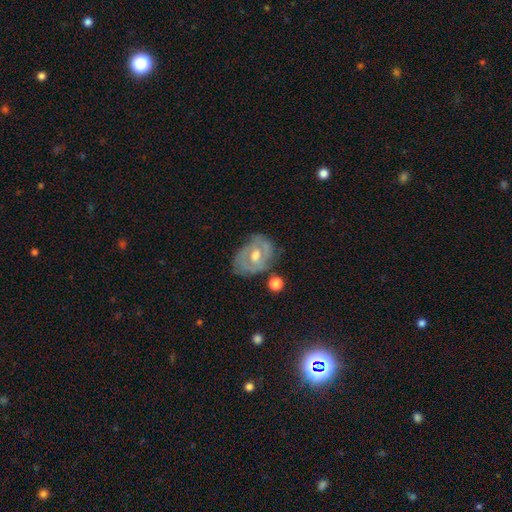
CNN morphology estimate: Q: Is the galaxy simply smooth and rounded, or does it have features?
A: featured or disk — 70%.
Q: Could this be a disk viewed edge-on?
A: no — 95%.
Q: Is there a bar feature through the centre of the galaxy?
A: no — 55%.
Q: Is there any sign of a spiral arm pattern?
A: yes — 62%.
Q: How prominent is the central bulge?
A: moderate — 77%.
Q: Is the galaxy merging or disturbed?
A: none — 65%.